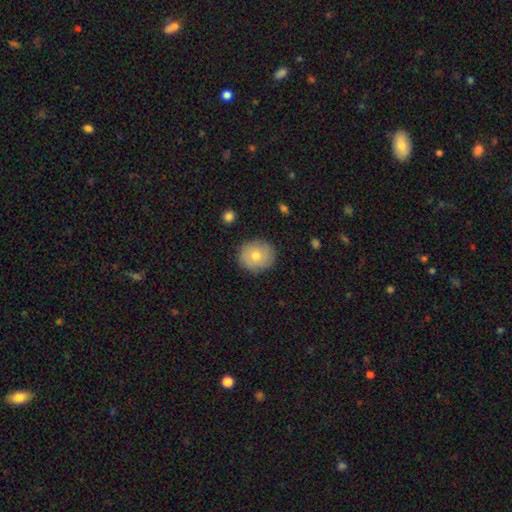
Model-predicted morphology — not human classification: type=smooth (73%); roundness=round (81%); merging=none (88%).